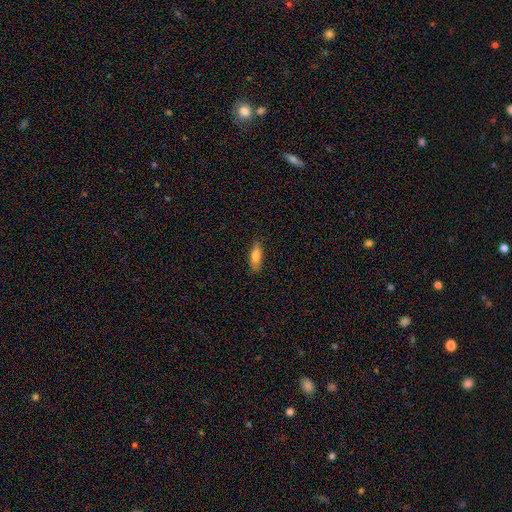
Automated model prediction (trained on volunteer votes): Smooth or featured? smooth (81%)
How rounded? in between (57%)
Merging? none (83%)